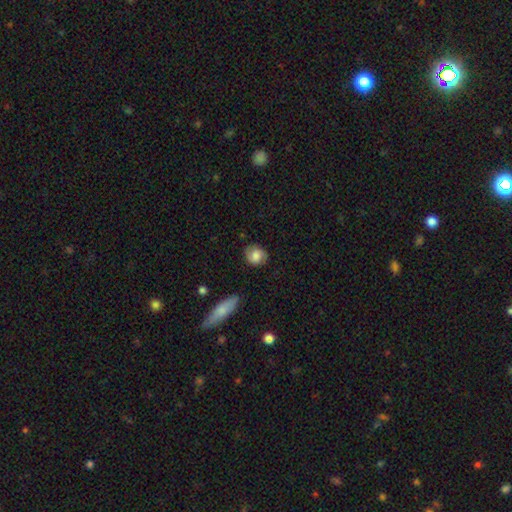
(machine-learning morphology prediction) A smooth galaxy with no disk features (68%) that is round (64%).

Vote fractions:
- Smooth or featured? smooth: 68% / featured or disk: 25% / star or artifact: 8%
- How rounded? round: 64% / in between: 34% / cigar-shaped: 2%
- Merging? none: 77% / minor disturbance: 17% / major disturbance: 4% / merger: 2%